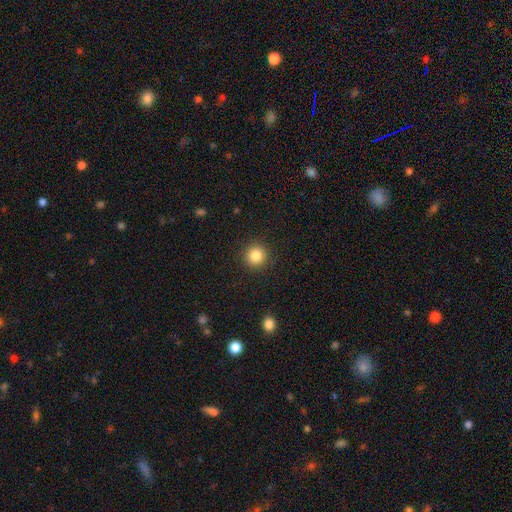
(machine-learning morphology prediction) smooth-or-featured: smooth: 84% | star or artifact: 11% | featured or disk: 5%
  how-rounded: round: 93% | in between: 6% | cigar-shaped: 1%
  merging: none: 91% | minor disturbance: 5% | major disturbance: 2% | merger: 1%